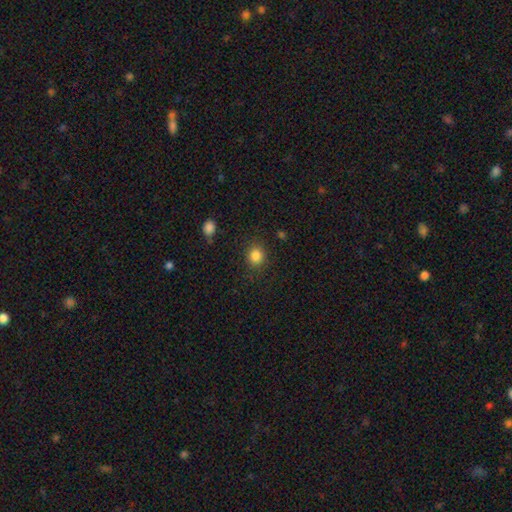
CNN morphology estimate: A smooth galaxy with no disk features (85%) that is round (78%). Merging: none (85%).